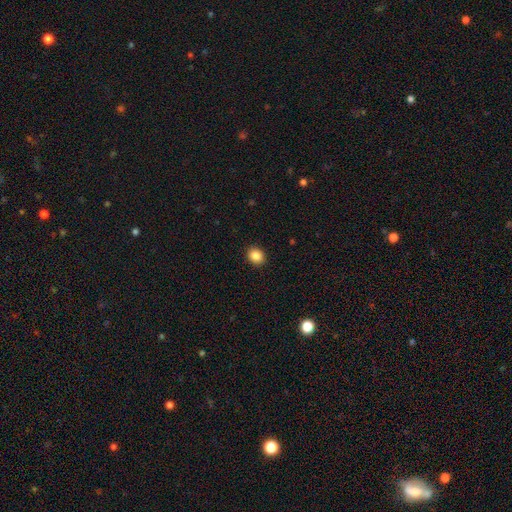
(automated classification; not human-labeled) Overall: smooth (87%). How rounded: round (63%; in between 36%). Merging: none (92%).